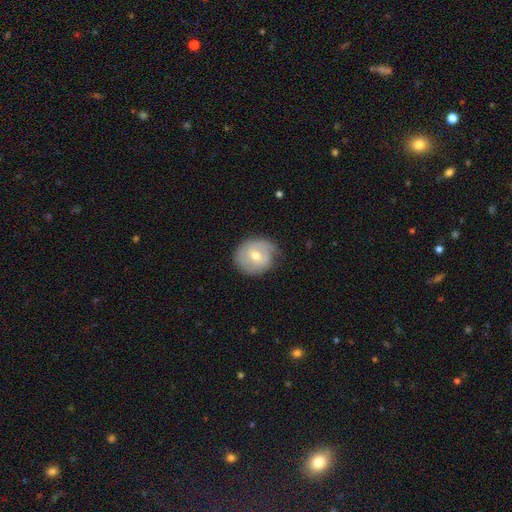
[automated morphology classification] featured or disk 53%, smooth 40%, star or artifact 7%. Down the decision tree: edge-on disk — no (96%); bar — weak (49%); spiral arms — yes (66%); bulge size — moderate (70%); merging — none (70%).